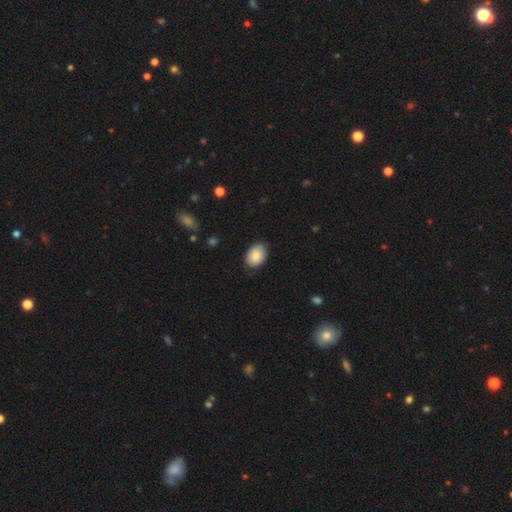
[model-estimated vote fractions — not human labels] Smooth or featured? smooth (84%)
How rounded? in between (80%)
Merging? none (77%)